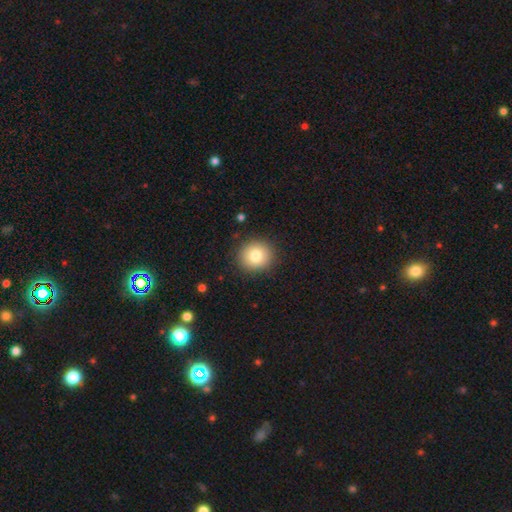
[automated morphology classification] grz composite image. It shows a smooth galaxy with no disk features (82%) that is round (87%). Merging: none (90%).